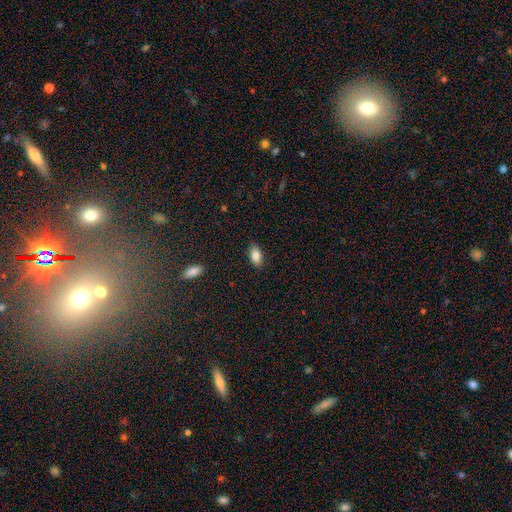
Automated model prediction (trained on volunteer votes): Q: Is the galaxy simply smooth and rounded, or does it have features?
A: smooth — 85%.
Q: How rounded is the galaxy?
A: in between — 91%.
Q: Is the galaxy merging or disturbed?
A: none — 87%.